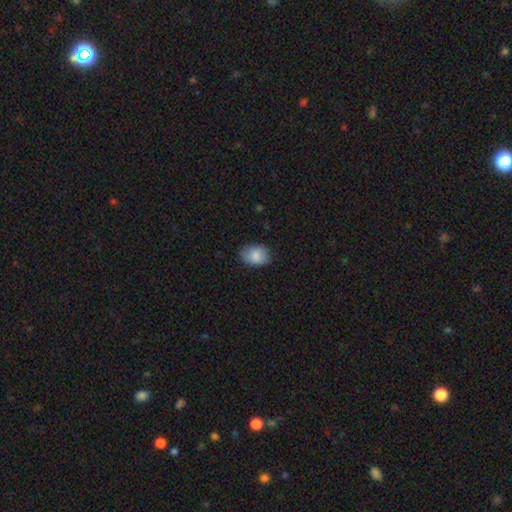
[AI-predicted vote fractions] Smooth or featured? smooth (87%)
How rounded? in between (77%)
Merging? none (80%)